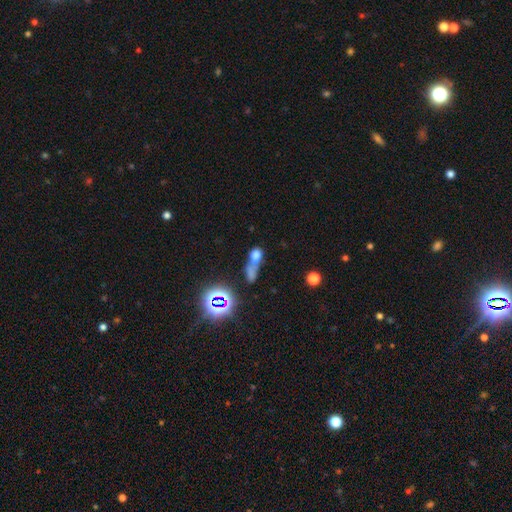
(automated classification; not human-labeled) smooth-or-featured: smooth: 58% | star or artifact: 25% | featured or disk: 17%
  how-rounded: round: 47% | in between: 43% | cigar-shaped: 10%
  merging: merger: 53% | none: 24% | major disturbance: 13% | minor disturbance: 10%